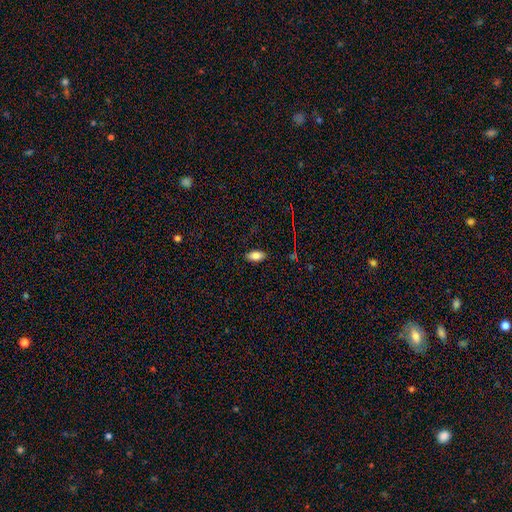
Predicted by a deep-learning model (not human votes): A smooth galaxy with no disk features (82%) that is in between round and cigar-shaped (90%).

Vote fractions:
- Smooth or featured? smooth: 82% / star or artifact: 9% / featured or disk: 8%
- How rounded? in between: 90% / cigar-shaped: 7% / round: 3%
- Merging? none: 87% / minor disturbance: 10% / major disturbance: 2% / merger: 1%